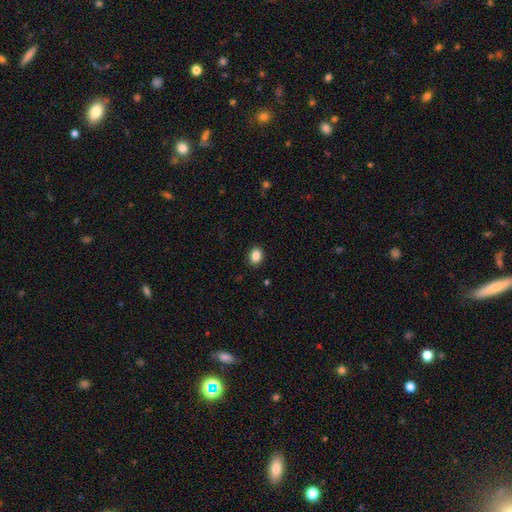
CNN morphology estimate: smooth_or_featured: smooth (p=0.86) [alt: star or artifact p=0.09]
how_rounded: in between (p=0.60) [alt: round p=0.39]
merging: none (p=0.89) [alt: minor disturbance p=0.08]